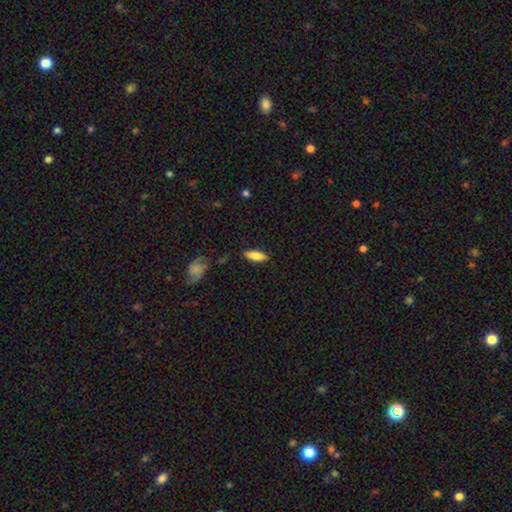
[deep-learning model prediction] Q: Smooth or featured?
A: smooth (73%); runner-up: featured or disk (21%)
Q: How rounded?
A: in between (56%); runner-up: cigar-shaped (42%)
Q: Merging?
A: none (85%); runner-up: minor disturbance (11%)